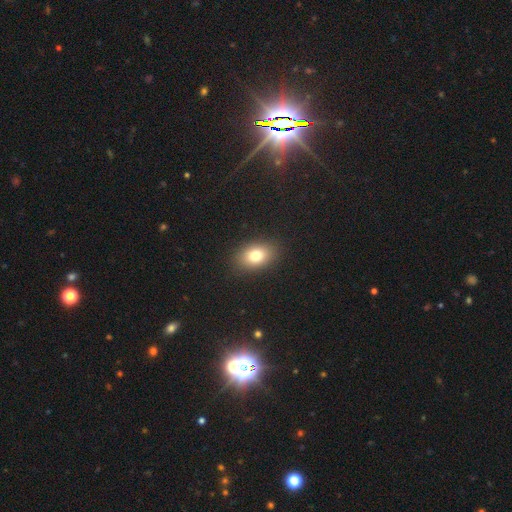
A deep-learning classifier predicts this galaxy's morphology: A smooth galaxy with no disk features (78%) that is in between round and cigar-shaped (79%).

Vote fractions:
- Smooth or featured? smooth: 78% / featured or disk: 11% / star or artifact: 11%
- How rounded? in between: 79% / round: 20% / cigar-shaped: 2%
- Merging? none: 89% / minor disturbance: 7% / major disturbance: 3% / merger: 1%